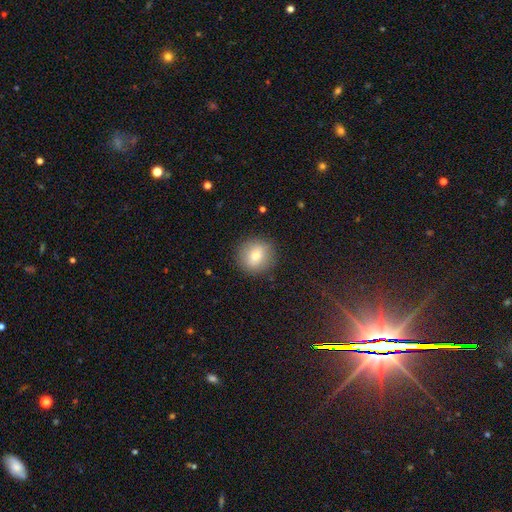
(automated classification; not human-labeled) A smooth galaxy with no disk features (74%) that is round (88%).

Vote fractions:
- Smooth or featured? smooth: 74% / featured or disk: 16% / star or artifact: 10%
- How rounded? round: 88% / in between: 11% / cigar-shaped: 1%
- Merging? none: 89% / minor disturbance: 7% / major disturbance: 3% / merger: 1%